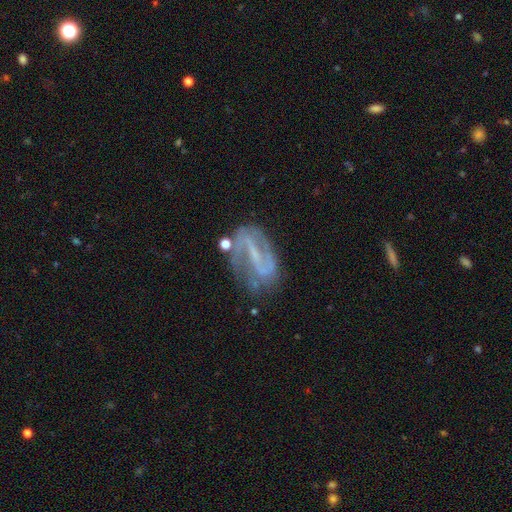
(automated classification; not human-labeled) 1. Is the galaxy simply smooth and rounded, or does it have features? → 78% featured or disk, 13% smooth, 9% star or artifact.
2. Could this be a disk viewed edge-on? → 95% no, 5% yes.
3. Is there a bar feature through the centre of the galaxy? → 48% strong, 34% weak, 18% no.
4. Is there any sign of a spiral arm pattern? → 81% yes, 19% no.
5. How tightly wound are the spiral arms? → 39% loose, 37% medium, 24% tight.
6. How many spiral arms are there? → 76% 2, 13% can't tell, 6% 1, 3% 3, 2% 4, 2% more than 4.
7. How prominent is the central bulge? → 49% small, 38% none, 10% moderate, 1% large, 1% dominant.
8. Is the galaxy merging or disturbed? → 58% none, 21% minor disturbance, 14% major disturbance, 8% merger.